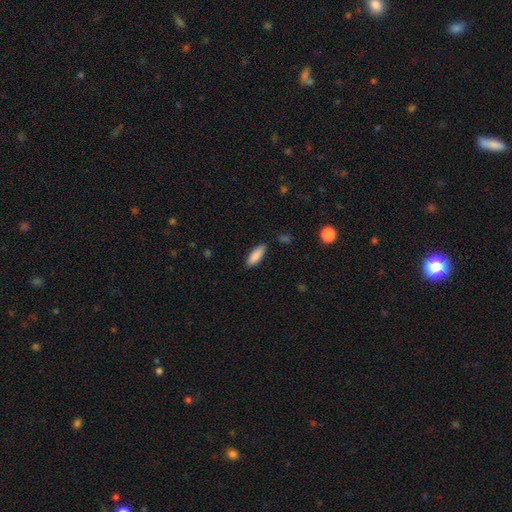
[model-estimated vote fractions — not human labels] The model was most divided on "how rounded": in between: 63%, cigar-shaped: 36%, round: 2%. More confident: smooth or featured — smooth (87%); merging — none (83%).